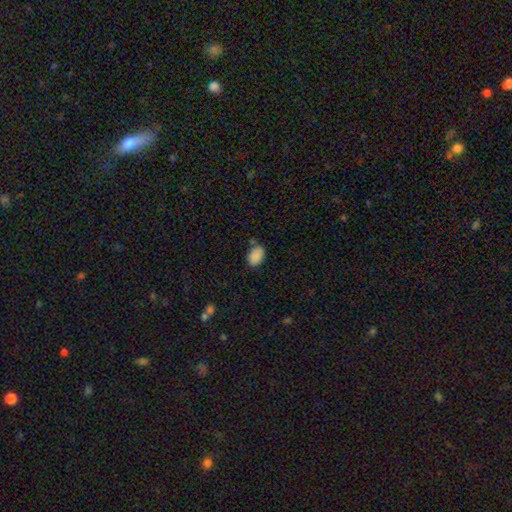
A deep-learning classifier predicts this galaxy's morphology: Smooth or featured?
  - smooth: 88% *
  - star or artifact: 8%
  - featured or disk: 4%
How rounded?
  - in between: 79% *
  - round: 20%
  - cigar-shaped: 1%
Merging?
  - none: 70% *
  - minor disturbance: 18%
  - merger: 7%
  - major disturbance: 4%